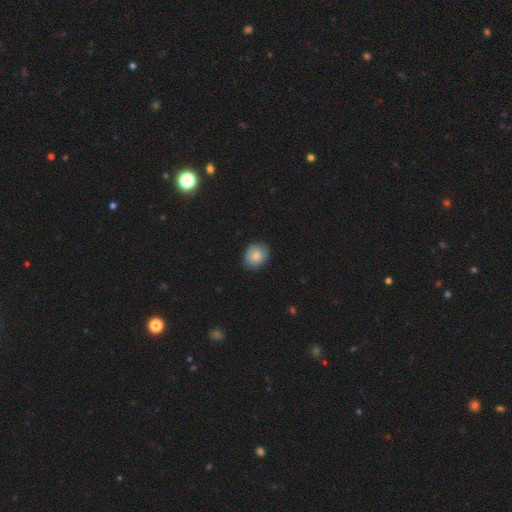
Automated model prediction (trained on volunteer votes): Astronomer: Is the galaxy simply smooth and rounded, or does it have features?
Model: smooth — 82%.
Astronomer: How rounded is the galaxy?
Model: round — 53% (runner-up: in between, 46%).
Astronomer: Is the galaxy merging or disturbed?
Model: none — 81%.